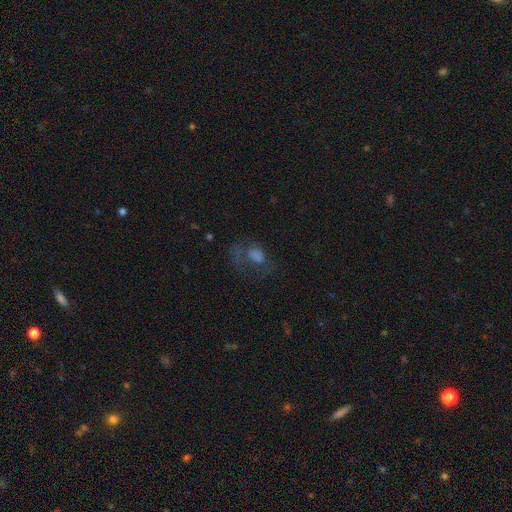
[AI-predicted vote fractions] Smooth or featured: smooth — 41% (featured or disk — 33%)
Merging: major disturbance — 40% (none — 39%)